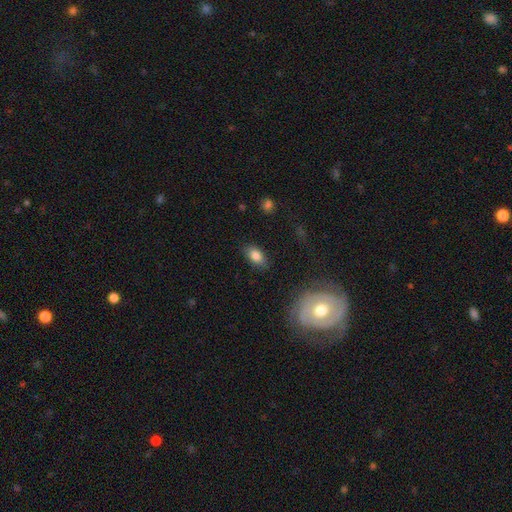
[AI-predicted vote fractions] The model was most divided on "merging": none: 84%, minor disturbance: 12%, major disturbance: 3%, merger: 1%. More confident: how rounded — in between (89%); smooth or featured — smooth (83%).